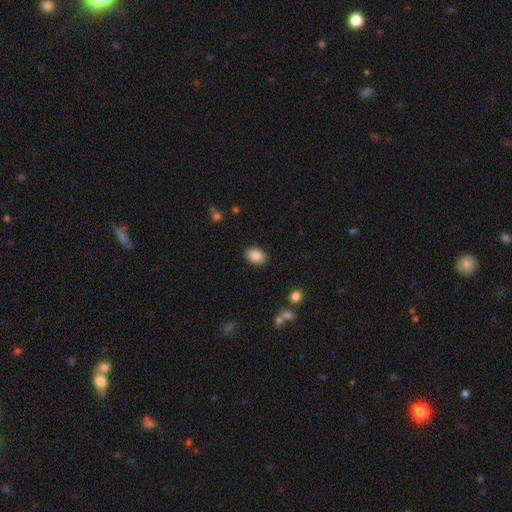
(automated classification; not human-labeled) Smooth or featured? smooth (86%)
How rounded? in between (70%)
Merging? none (89%)